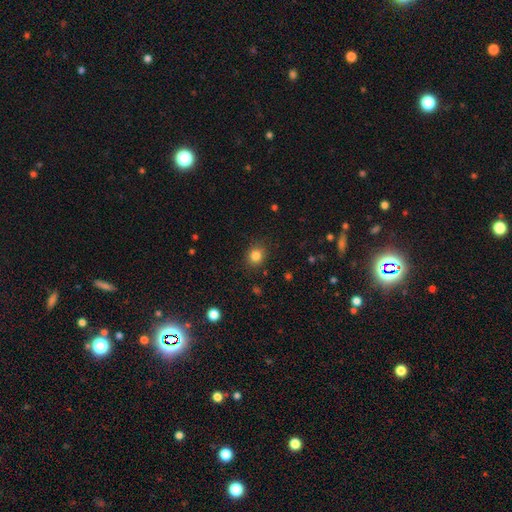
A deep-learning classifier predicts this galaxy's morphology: This appears to be a smooth galaxy with no disk features (83%) that is round (76%). Merging: none (86%).